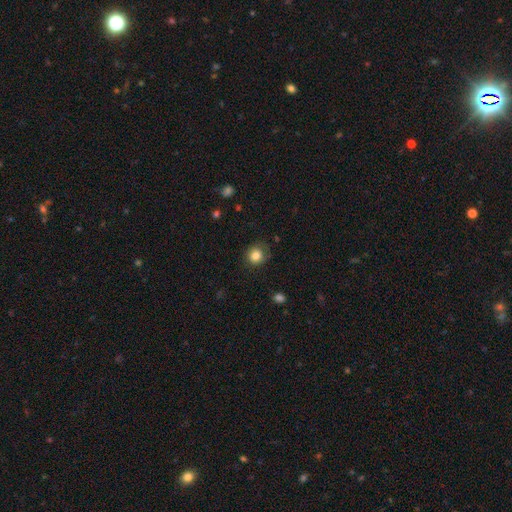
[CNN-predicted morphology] This appears to be a smooth galaxy with no disk features (82%) that is round (87%). Merging: none (77%).